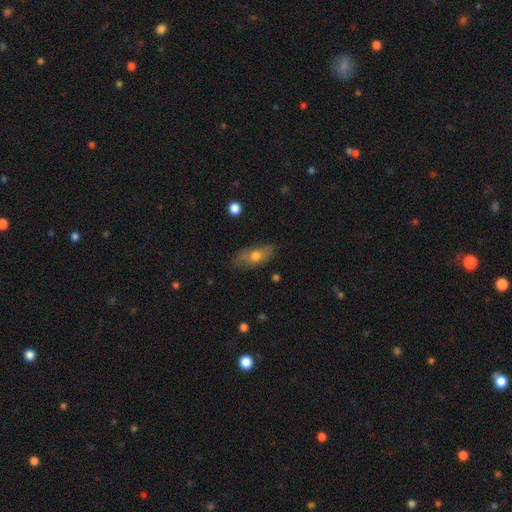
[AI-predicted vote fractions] A smooth galaxy with no disk features (62%) that is in between round and cigar-shaped (76%).

Vote fractions:
- Smooth or featured? smooth: 62% / featured or disk: 30% / star or artifact: 8%
- How rounded? in between: 76% / cigar-shaped: 17% / round: 7%
- Merging? none: 78% / minor disturbance: 16% / major disturbance: 4% / merger: 2%